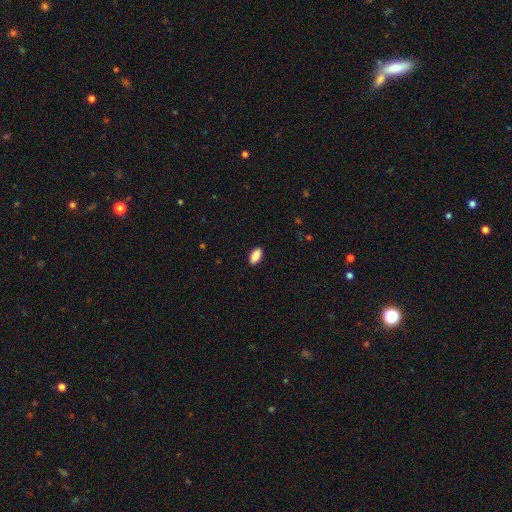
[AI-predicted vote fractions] Morphology: type=smooth (88%); roundness=in between (91%); merging=none (90%).